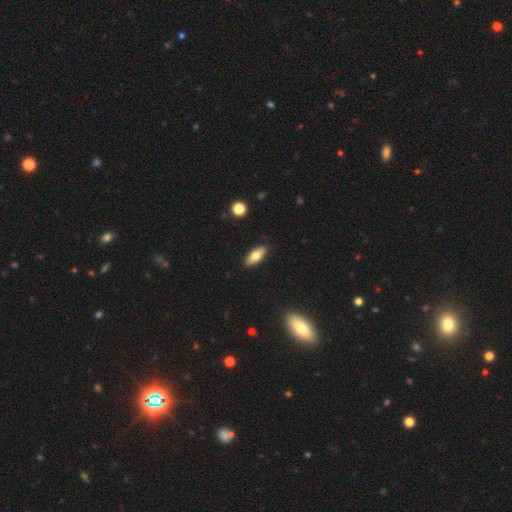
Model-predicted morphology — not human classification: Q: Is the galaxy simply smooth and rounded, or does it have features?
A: smooth — 71%.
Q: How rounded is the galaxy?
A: in between — 77%.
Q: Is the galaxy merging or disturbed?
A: none — 89%.